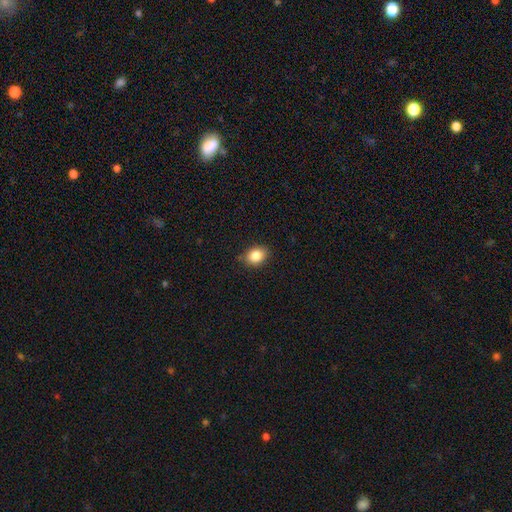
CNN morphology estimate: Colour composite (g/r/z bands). It shows a smooth galaxy with no disk features (86%) that is in between round and cigar-shaped (60%). Merging: none (83%).